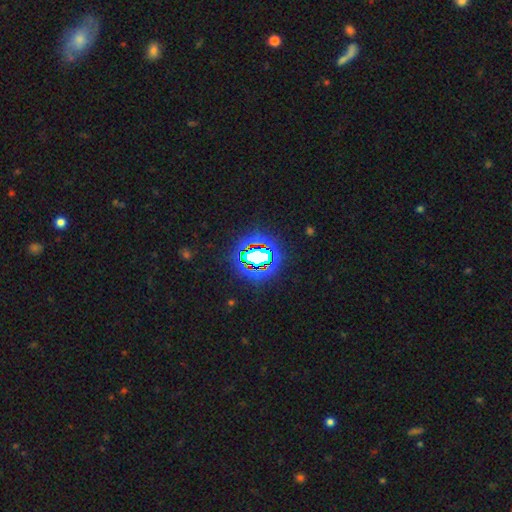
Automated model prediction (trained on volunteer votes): This appears to be a star or artifact, not a galaxy (68%).